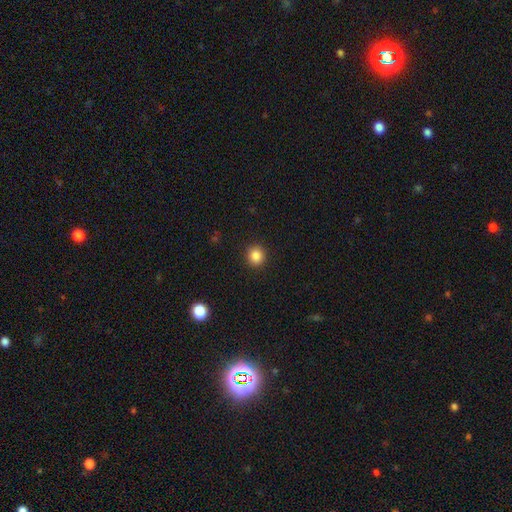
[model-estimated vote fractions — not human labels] Overall: smooth (86%). How rounded: round (90%). Merging: none (92%).